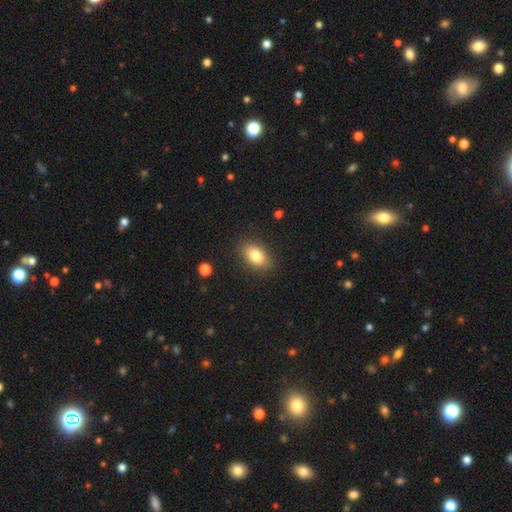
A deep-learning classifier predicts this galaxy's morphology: A smooth galaxy with no disk features (83%) that is in between round and cigar-shaped (88%). Merging: none (86%).